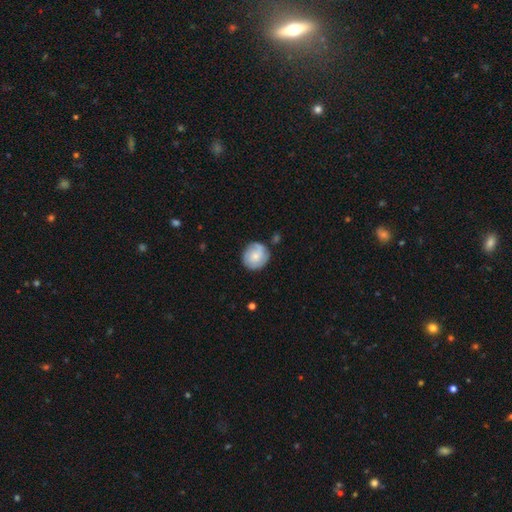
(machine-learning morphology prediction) smooth-or-featured: smooth: 52% | featured or disk: 42% | star or artifact: 6%
  how-rounded: round: 83% | in between: 16% | cigar-shaped: 1%
  merging: none: 73% | minor disturbance: 19% | major disturbance: 5% | merger: 3%